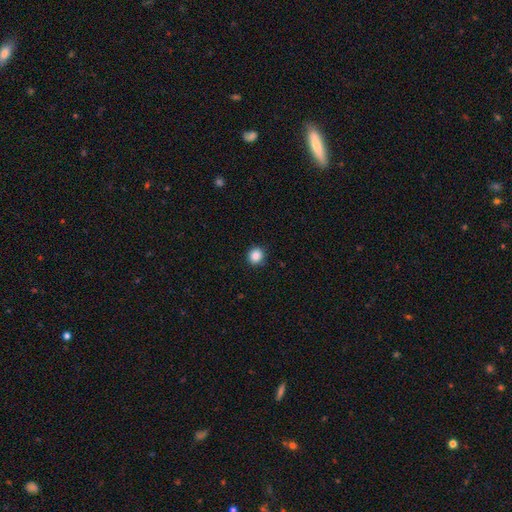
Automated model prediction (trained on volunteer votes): Smooth or featured? smooth (88%)
How rounded? round (89%)
Merging? none (89%)